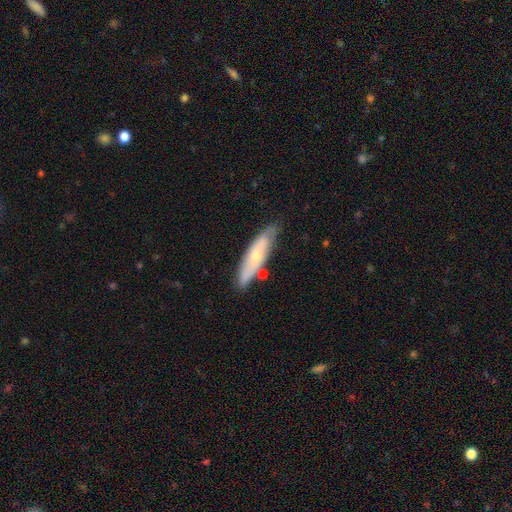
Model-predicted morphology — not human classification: The model was most divided on "smooth or featured": smooth: 49%, featured or disk: 44%, star or artifact: 6%. More confident: merging — none (72%).